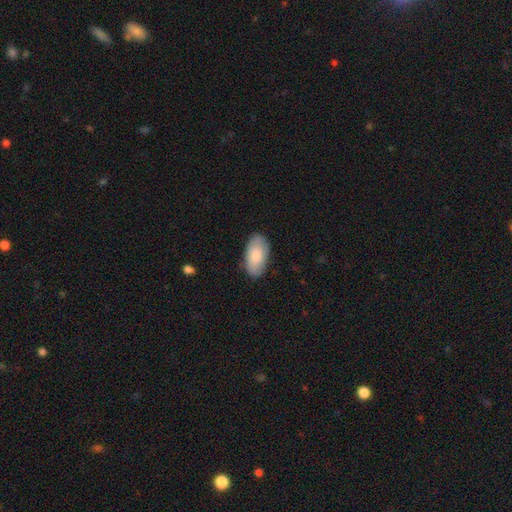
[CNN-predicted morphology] Overall: smooth (80%). How rounded: in between (95%). Merging: none (82%).